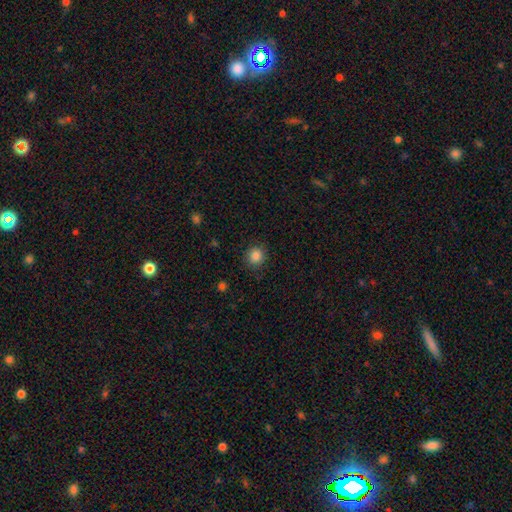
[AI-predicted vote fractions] Smooth or featured?
  - smooth: 85% *
  - star or artifact: 11%
  - featured or disk: 4%
How rounded?
  - round: 85% *
  - in between: 14%
  - cigar-shaped: 1%
Merging?
  - none: 87% *
  - minor disturbance: 9%
  - major disturbance: 3%
  - merger: 1%